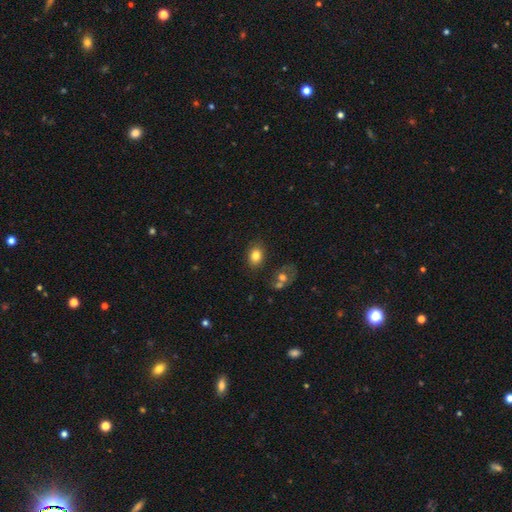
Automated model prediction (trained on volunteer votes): Smooth or featured: smooth — 80% (featured or disk — 10%)
How rounded: in between — 67% (round — 32%)
Merging: none — 78% (minor disturbance — 13%)